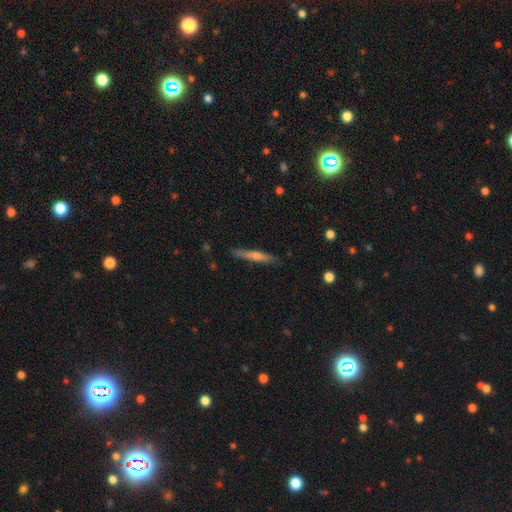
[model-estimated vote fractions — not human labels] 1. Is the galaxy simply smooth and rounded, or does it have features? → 47% smooth, 46% featured or disk, 6% star or artifact.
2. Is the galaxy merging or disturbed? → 86% none, 11% minor disturbance, 2% major disturbance, 1% merger.